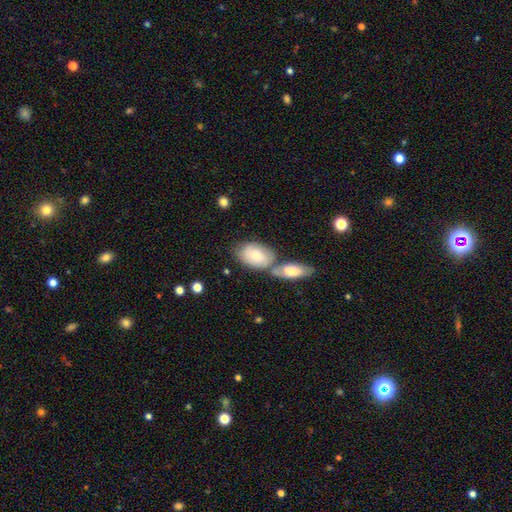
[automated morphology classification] Q: Smooth or featured?
A: smooth (66%); runner-up: featured or disk (28%)
Q: How rounded?
A: in between (89%); runner-up: round (8%)
Q: Merging?
A: merger (44%); runner-up: none (37%)